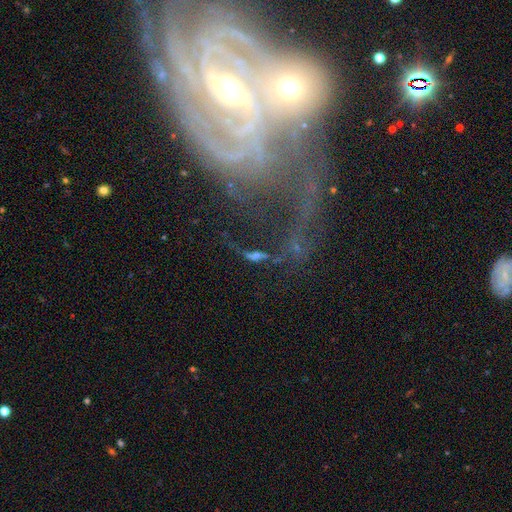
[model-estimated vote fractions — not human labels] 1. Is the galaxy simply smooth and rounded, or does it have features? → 39% featured or disk, 33% star or artifact, 28% smooth.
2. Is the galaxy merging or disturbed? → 45% none, 21% major disturbance, 18% minor disturbance, 16% merger.